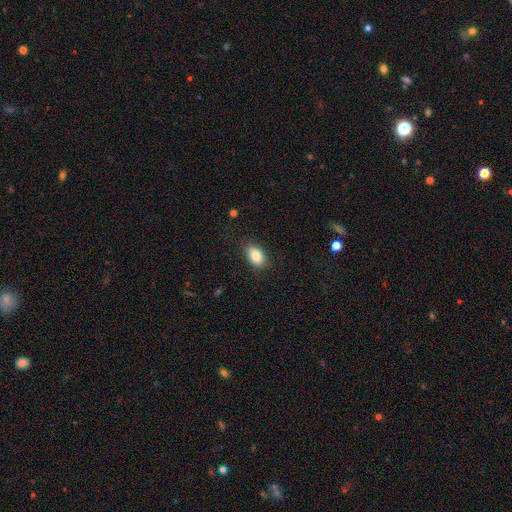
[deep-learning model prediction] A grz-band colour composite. It shows a smooth galaxy with no disk features (86%) that is in between round and cigar-shaped (91%). Merging: none (84%).